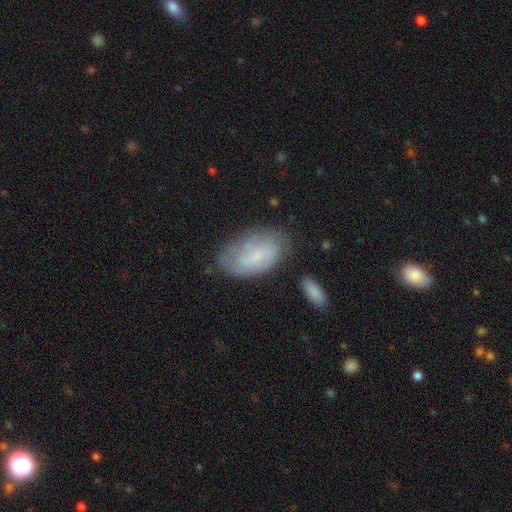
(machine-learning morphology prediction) smooth-or-featured: smooth: 50% | featured or disk: 42% | star or artifact: 8%
  how-rounded: in between: 92% | round: 6% | cigar-shaped: 2%
  merging: none: 64% | minor disturbance: 23% | major disturbance: 8% | merger: 5%